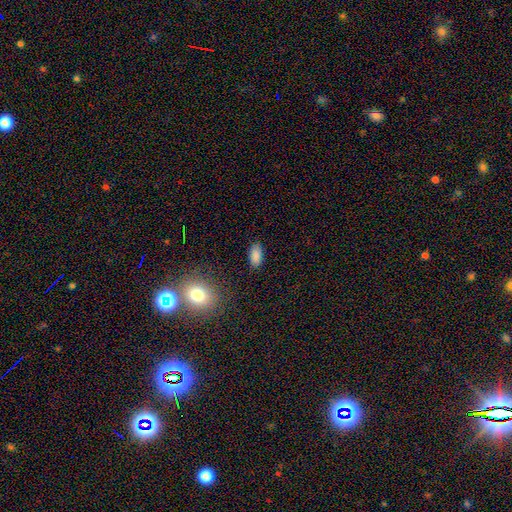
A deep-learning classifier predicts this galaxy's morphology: smooth_or_featured: smooth (p=0.86) [alt: star or artifact p=0.10]
how_rounded: in between (p=0.92) [alt: cigar-shaped p=0.05]
merging: none (p=0.86) [alt: minor disturbance p=0.11]